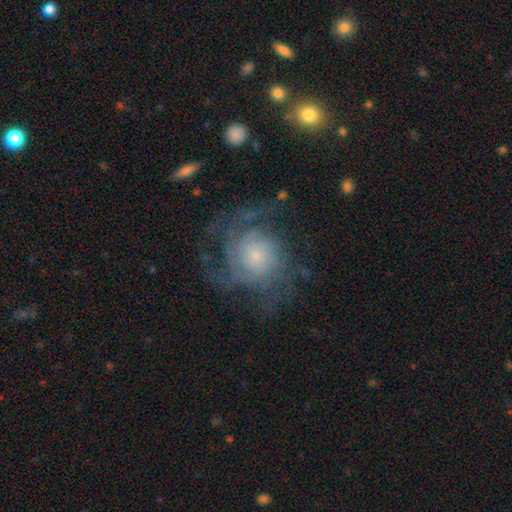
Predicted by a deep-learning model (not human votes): Smooth or featured?
  - featured or disk: 75% *
  - smooth: 17%
  - star or artifact: 8%
Edge-on disk?
  - no: 97% *
  - yes: 3%
Bar?
  - no: 77% *
  - weak: 20%
  - strong: 3%
Spiral arms?
  - yes: 91% *
  - no: 9%
Spiral winding?
  - tight: 43% *
  - medium: 39%
  - loose: 18%
Spiral arm count?
  - can't tell: 34% *
  - 3: 21%
  - 2: 19%
  - 4: 12%
  - 1: 7%
  - more than 4: 7%
Bulge size?
  - small: 60% *
  - moderate: 22%
  - large: 9%
  - none: 6%
  - dominant: 3%
Merging?
  - none: 61% *
  - major disturbance: 21%
  - minor disturbance: 17%
  - merger: 2%